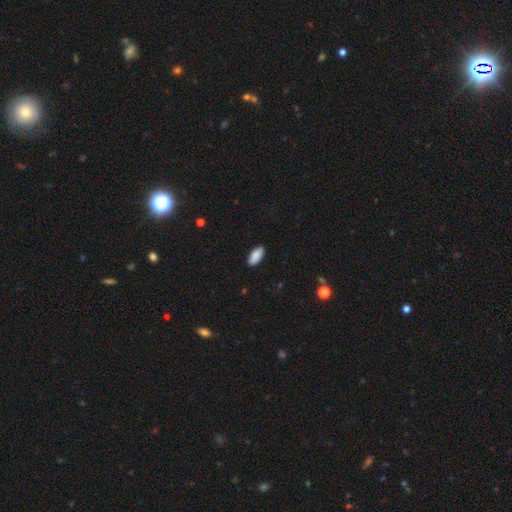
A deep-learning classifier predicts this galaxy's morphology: A smooth galaxy with no disk features (90%) that is in between round and cigar-shaped (91%). Merging: none (89%).